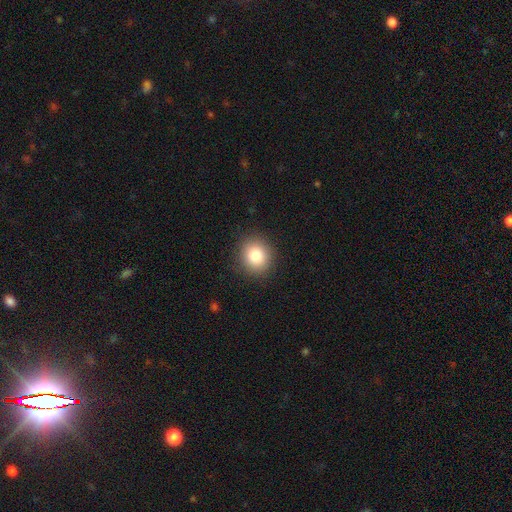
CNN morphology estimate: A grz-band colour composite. It shows a smooth galaxy with no disk features (83%) that is round (82%). Merging: none (89%).